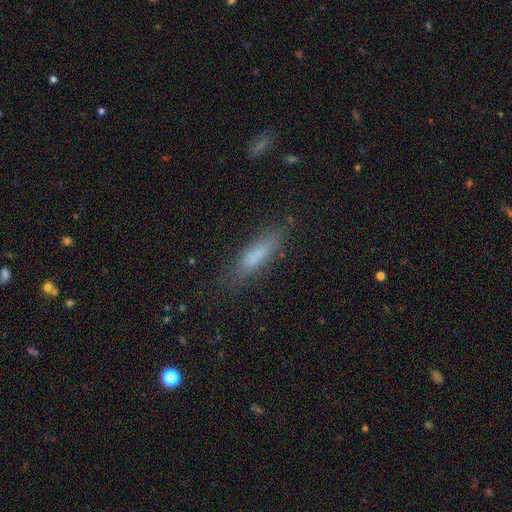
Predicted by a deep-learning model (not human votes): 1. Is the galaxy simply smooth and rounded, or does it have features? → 77% smooth, 15% featured or disk, 8% star or artifact.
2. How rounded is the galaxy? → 67% cigar-shaped, 32% in between, 2% round.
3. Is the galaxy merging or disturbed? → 78% none, 16% minor disturbance, 5% major disturbance, 2% merger.